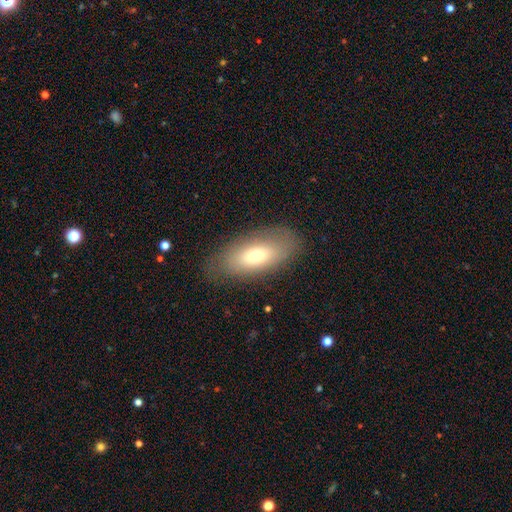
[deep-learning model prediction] Q: Smooth or featured?
A: smooth (67%); runner-up: featured or disk (24%)
Q: How rounded?
A: in between (86%); runner-up: cigar-shaped (10%)
Q: Merging?
A: none (80%); runner-up: minor disturbance (13%)